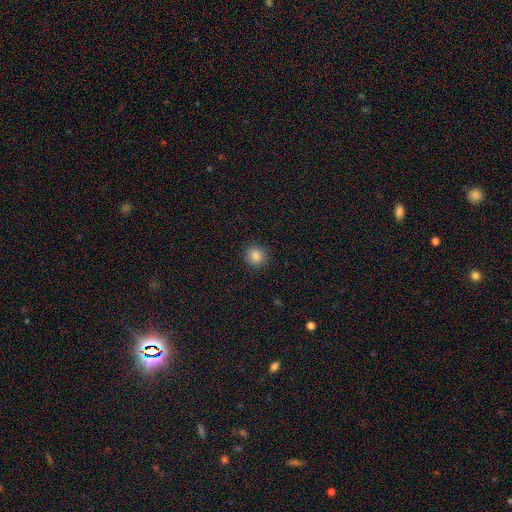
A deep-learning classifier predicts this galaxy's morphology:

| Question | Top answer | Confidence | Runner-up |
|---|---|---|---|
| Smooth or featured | smooth | 85% | star or artifact (11%) |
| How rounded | round | 91% | in between (8%) |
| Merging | none | 91% | minor disturbance (6%) |